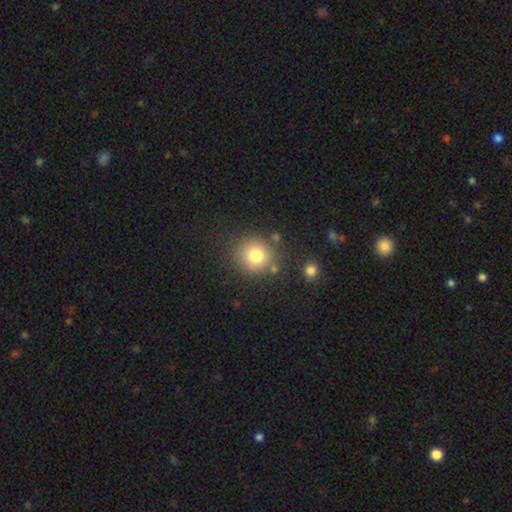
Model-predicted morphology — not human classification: This appears to be a smooth galaxy with no disk features (79%) that is round (88%). Merging: none (78%).